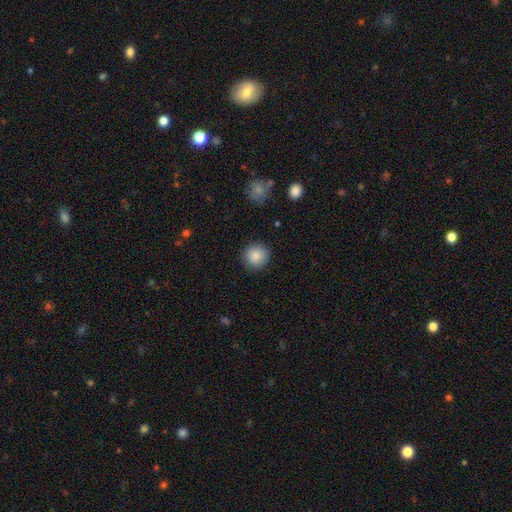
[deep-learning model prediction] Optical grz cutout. It shows a smooth galaxy with no disk features (88%) that is round (94%). Merging: none (90%).